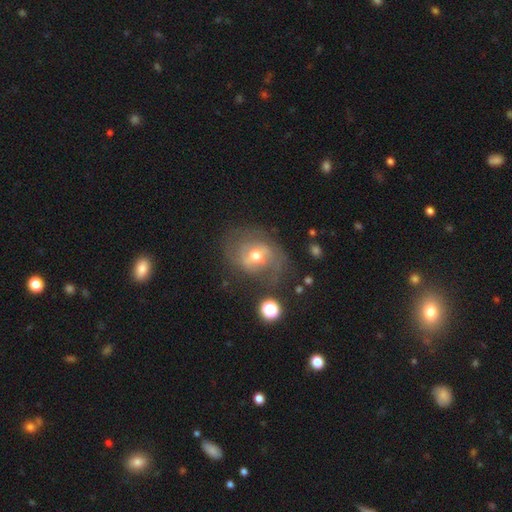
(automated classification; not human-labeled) Smooth or featured? Predicted: featured or disk (p=0.65). Edge-on disk? Predicted: no (p=0.95). Bar? Predicted: no (p=0.44). Spiral arms? Predicted: yes (p=0.71). Bulge size? Predicted: moderate (p=0.69). Merging? Predicted: none (p=0.60).